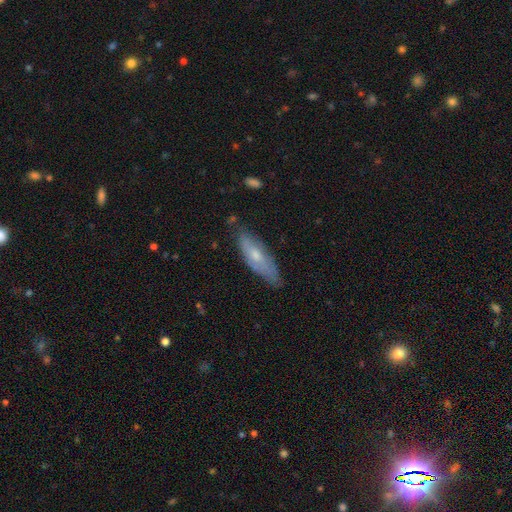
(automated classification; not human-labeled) smooth_or_featured: smooth (p=0.51) [alt: featured or disk p=0.43]
how_rounded: cigar-shaped (p=0.53) [alt: in between p=0.45]
merging: none (p=0.69) [alt: minor disturbance p=0.24]